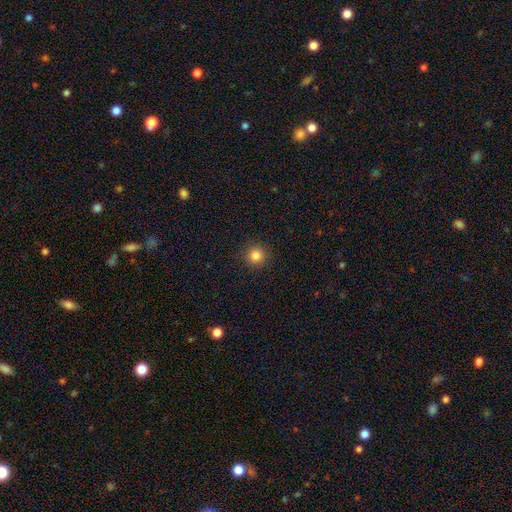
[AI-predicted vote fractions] smooth 84%, star or artifact 12%, featured or disk 5%. Down the decision tree: how rounded — round (95%); merging — none (91%).